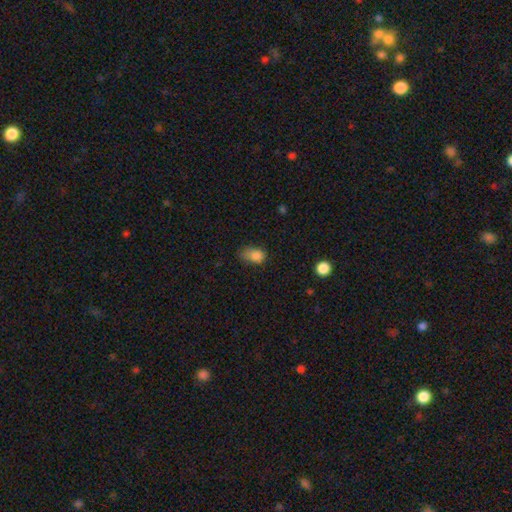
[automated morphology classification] Smooth or featured? Predicted: smooth (p=0.82). How rounded? Predicted: in between (p=0.76). Merging? Predicted: minor disturbance (p=0.42).